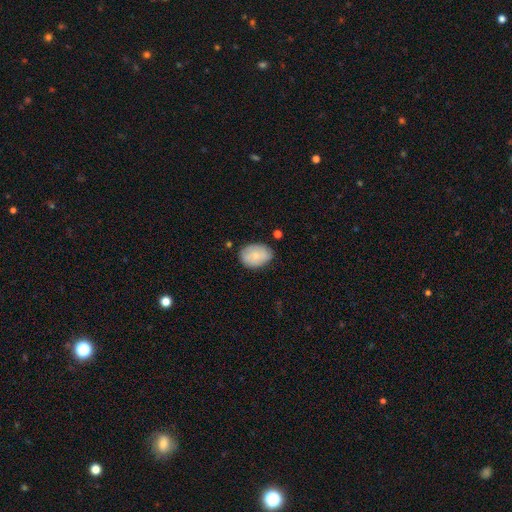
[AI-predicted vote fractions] smooth_or_featured: smooth (p=0.73) [alt: featured or disk p=0.21]
how_rounded: in between (p=0.79) [alt: round p=0.19]
merging: none (p=0.74) [alt: minor disturbance p=0.20]